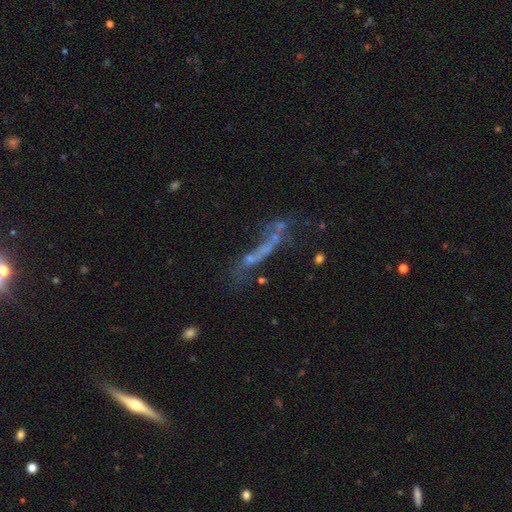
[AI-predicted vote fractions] Smooth or featured? featured or disk (50%)
Edge-on disk? no (71%)
Merging? none (33%)